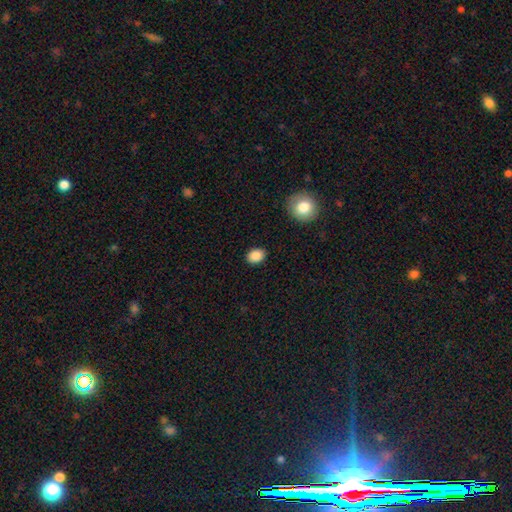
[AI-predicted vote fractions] Overall: smooth (88%). How rounded: in between (66%; round 33%). Merging: none (88%).